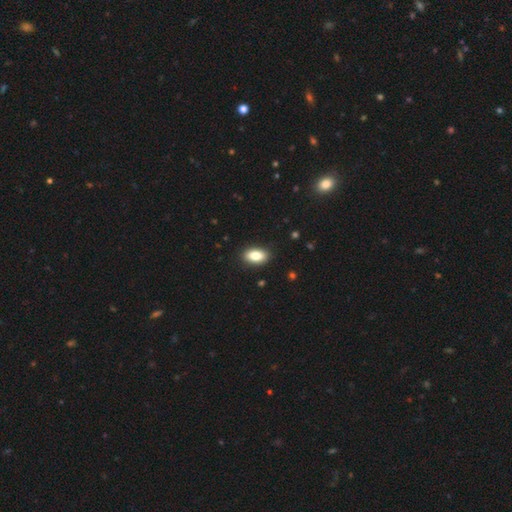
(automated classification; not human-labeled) smooth-or-featured: smooth: 84% | featured or disk: 8% | star or artifact: 8%
  how-rounded: in between: 91% | round: 6% | cigar-shaped: 3%
  merging: none: 89% | minor disturbance: 8% | major disturbance: 2% | merger: 1%